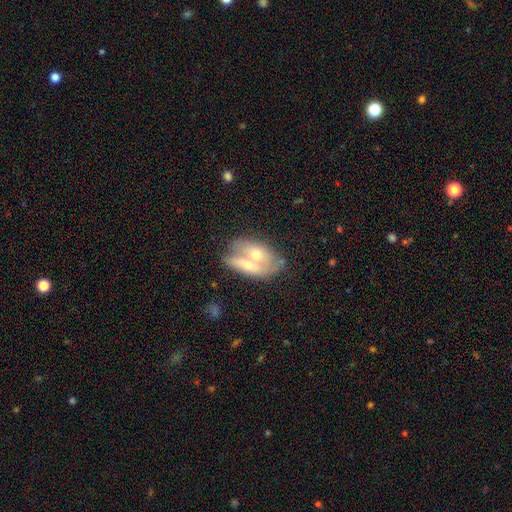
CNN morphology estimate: The model was most divided on "smooth or featured": smooth: 49%, featured or disk: 45%, star or artifact: 6%. More confident: merging — merger (66%).